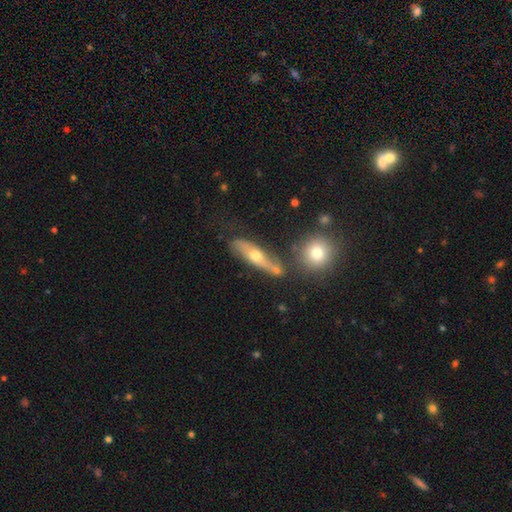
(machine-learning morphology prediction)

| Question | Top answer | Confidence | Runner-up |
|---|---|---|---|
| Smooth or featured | featured or disk | 54% | smooth (38%) |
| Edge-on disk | yes | 63% | no (37%) |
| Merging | none | 62% | minor disturbance (18%) |